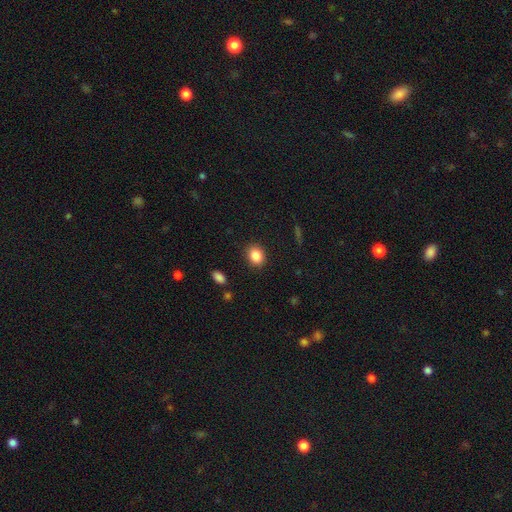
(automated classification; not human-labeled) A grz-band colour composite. It shows a smooth galaxy with no disk features (87%) that is in between round and cigar-shaped (52%). Merging: none (87%).